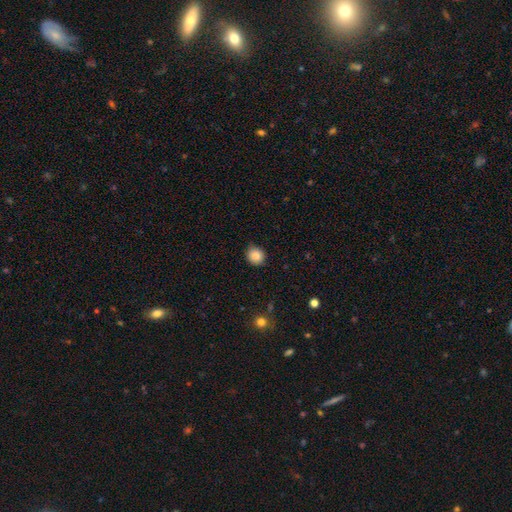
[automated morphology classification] Smooth or featured? Predicted: smooth (p=0.86). How rounded? Predicted: round (p=0.82). Merging? Predicted: none (p=0.84).